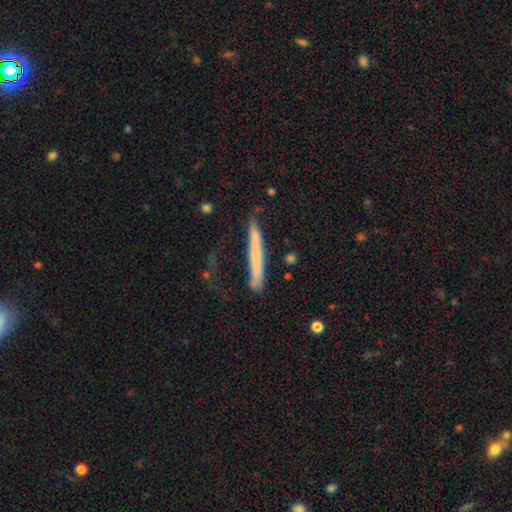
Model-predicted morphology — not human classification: Q: Smooth or featured?
A: smooth (57%); runner-up: featured or disk (36%)
Q: How rounded?
A: cigar-shaped (96%); runner-up: in between (3%)
Q: Merging?
A: none (59%); runner-up: minor disturbance (24%)